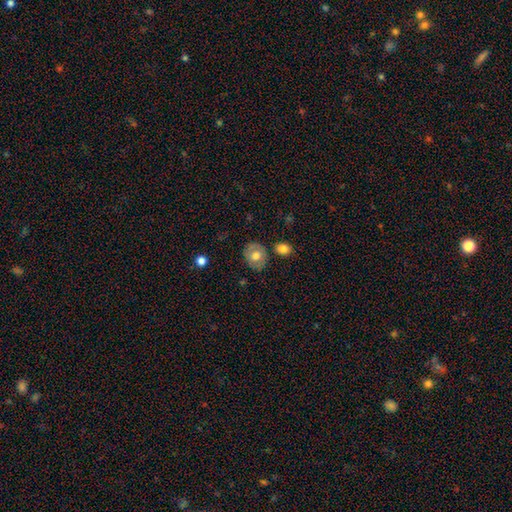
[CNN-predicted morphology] type=smooth (61%); roundness=round (58%); merging=none (76%).